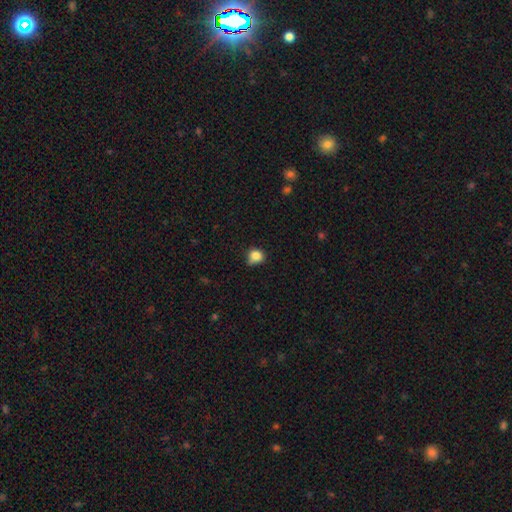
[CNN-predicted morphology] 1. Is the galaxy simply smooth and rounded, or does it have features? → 82% smooth, 11% star or artifact, 7% featured or disk.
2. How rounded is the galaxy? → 73% round, 26% in between, 1% cigar-shaped.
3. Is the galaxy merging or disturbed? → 55% none, 33% minor disturbance, 7% major disturbance, 5% merger.